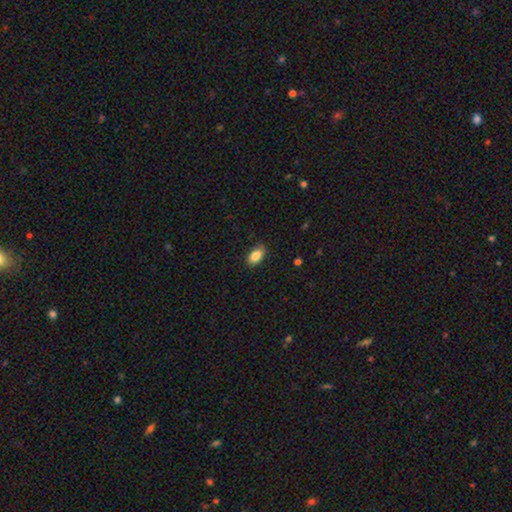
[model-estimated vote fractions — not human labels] smooth 87%, star or artifact 8%, featured or disk 5%. Down the decision tree: how rounded — in between (91%); merging — none (80%).